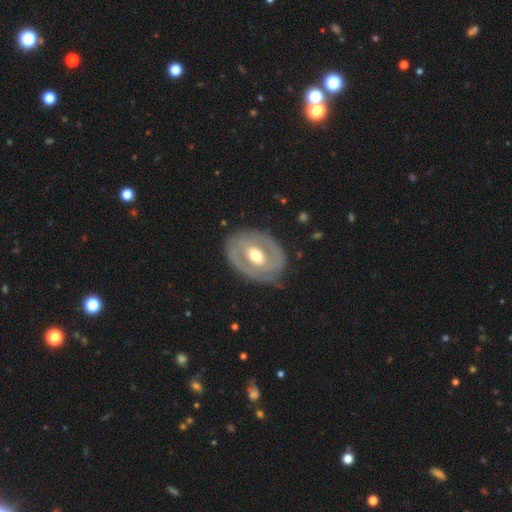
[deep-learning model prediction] Smooth or featured: featured or disk — 68% (smooth — 28%)
Edge-on disk: no — 95% (yes — 5%)
Bar: no — 51% (weak — 33%)
Spiral arms: no — 61% (yes — 39%)
Bulge size: moderate — 71% (large — 16%)
Merging: none — 76% (minor disturbance — 16%)